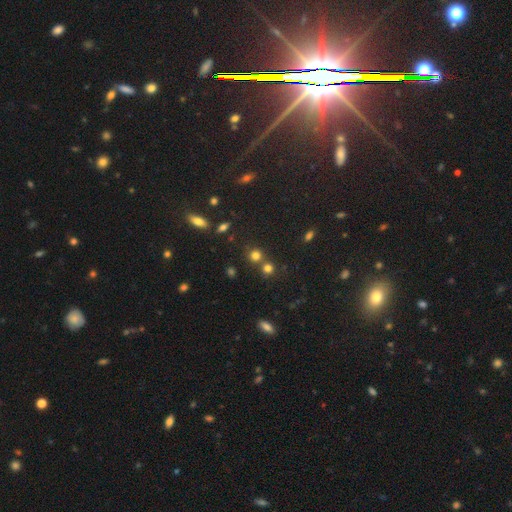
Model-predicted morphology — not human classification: smooth-or-featured: smooth: 71% | star or artifact: 21% | featured or disk: 8%
  how-rounded: round: 88% | in between: 11% | cigar-shaped: 1%
  merging: none: 66% | merger: 24% | minor disturbance: 8% | major disturbance: 3%